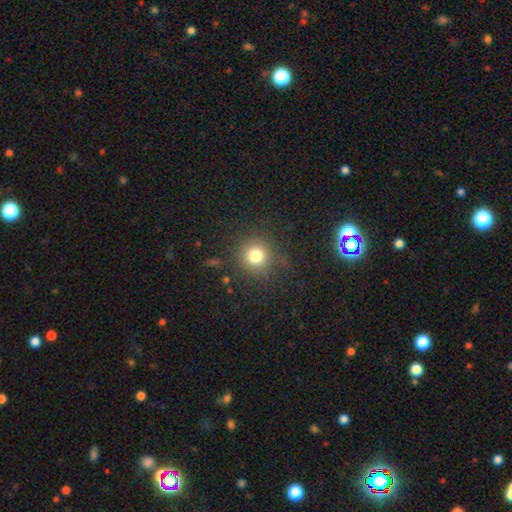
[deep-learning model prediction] This is likely a smooth galaxy (77%). How rounded: clearly round (93%). Merging: clearly none (85%).